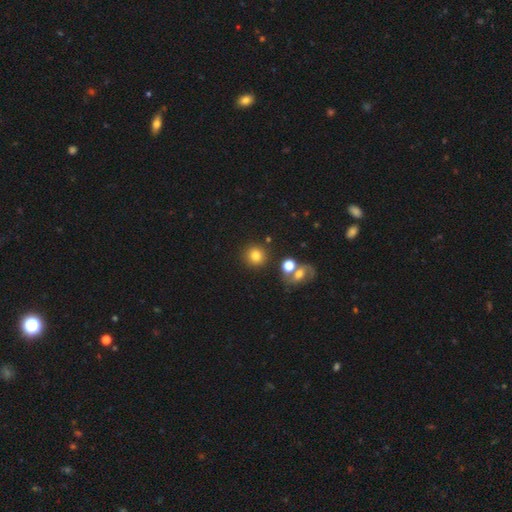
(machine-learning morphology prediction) Smooth or featured?
  - smooth: 79% *
  - star or artifact: 13%
  - featured or disk: 8%
How rounded?
  - round: 90% *
  - in between: 9%
  - cigar-shaped: 1%
Merging?
  - none: 81% *
  - minor disturbance: 8%
  - merger: 8%
  - major disturbance: 3%